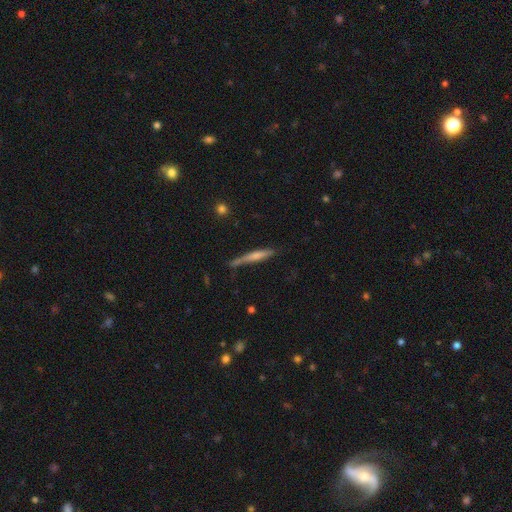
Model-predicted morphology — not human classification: This appears to be a featured or disk galaxy (54%) viewed edge-on (93%) with a rounded central bulge (63%). Merging: none (79%).